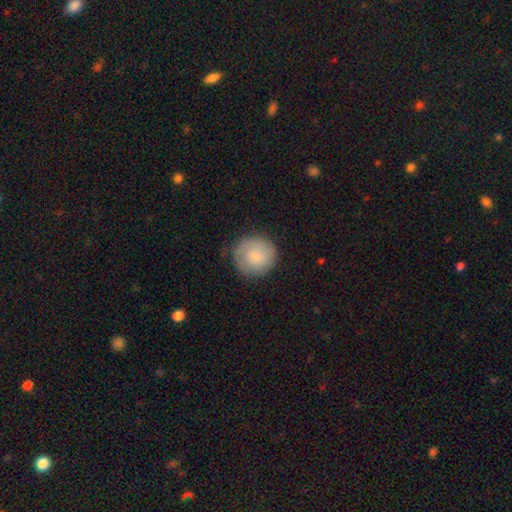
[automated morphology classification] Smooth or featured?
  - smooth: 77% *
  - featured or disk: 16%
  - star or artifact: 6%
How rounded?
  - round: 92% *
  - in between: 7%
  - cigar-shaped: 1%
Merging?
  - none: 77% *
  - minor disturbance: 17%
  - major disturbance: 5%
  - merger: 1%